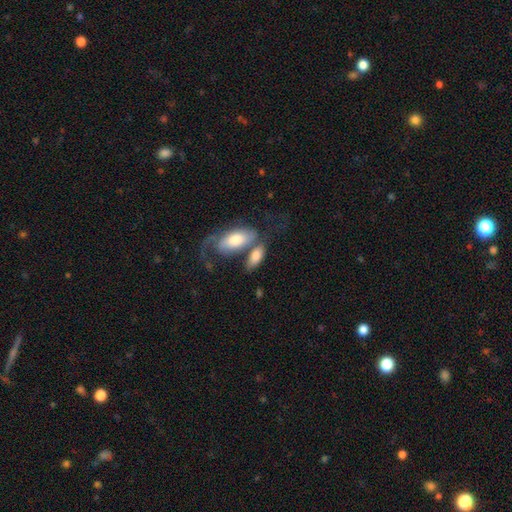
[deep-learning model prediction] This appears to be a smooth galaxy with no disk features (71%) that is in between round and cigar-shaped (88%). Merging: merger (46%).